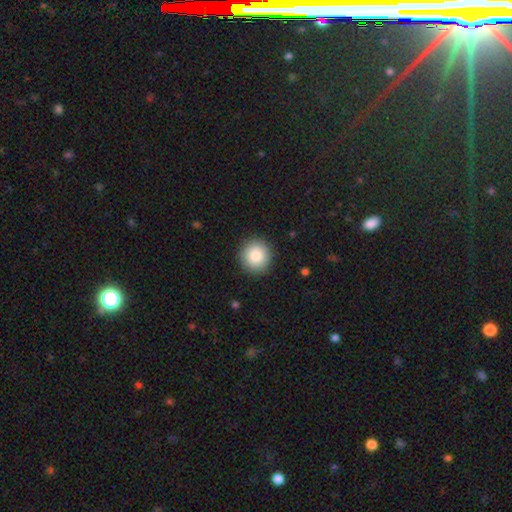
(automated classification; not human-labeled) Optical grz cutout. It shows a smooth galaxy with no disk features (87%) that is round (94%). Merging: none (91%).